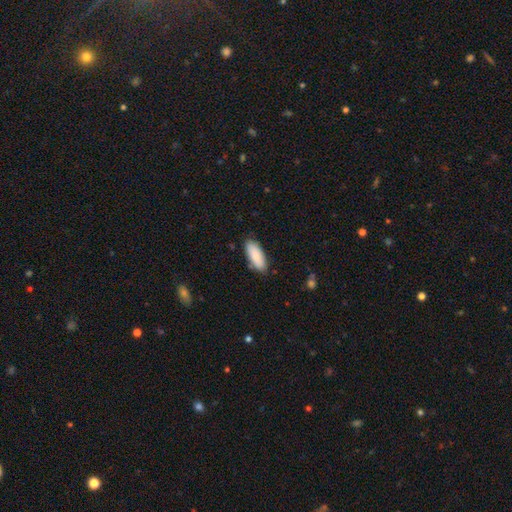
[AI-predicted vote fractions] smooth-or-featured: smooth: 87% | featured or disk: 7% | star or artifact: 6%
  how-rounded: in between: 77% | cigar-shaped: 22% | round: 2%
  merging: none: 83% | minor disturbance: 13% | major disturbance: 2% | merger: 2%